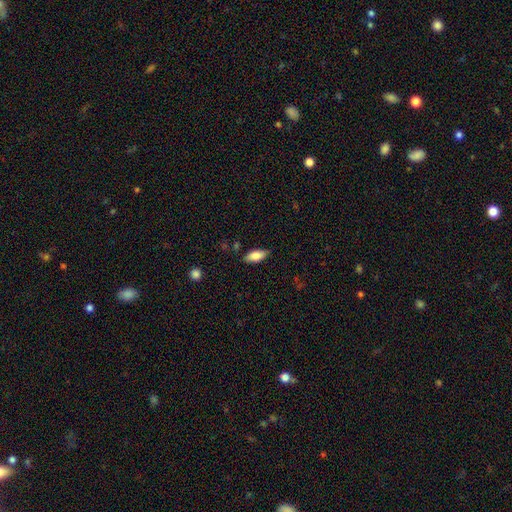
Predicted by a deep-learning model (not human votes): The model was most divided on "merging": none: 82%, minor disturbance: 14%, major disturbance: 3%, merger: 2%. More confident: how rounded — in between (84%); smooth or featured — smooth (82%).